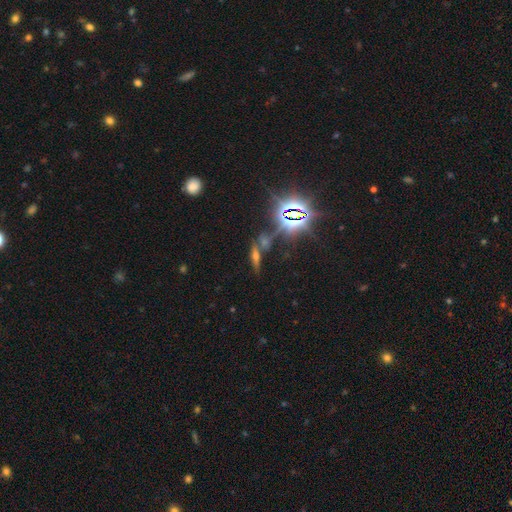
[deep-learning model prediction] Q: Smooth or featured?
A: star or artifact (72%); runner-up: smooth (16%)